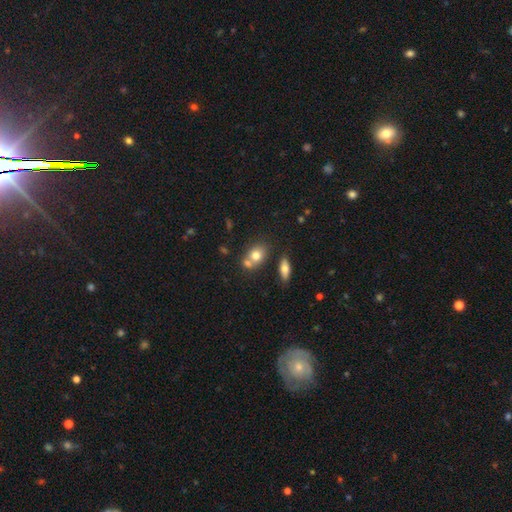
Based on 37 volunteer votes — smooth-or-featured: smooth: 86% | featured or disk: 14% | star or artifact: 0%
  how-rounded: in between: 56% | round: 41% | cigar-shaped: 3%
  merging: none: 51% | merger: 35% | minor disturbance: 14% | major disturbance: 0%